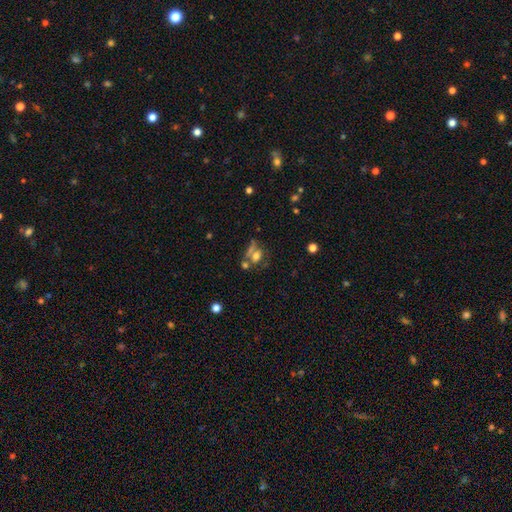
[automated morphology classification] smooth 55%, featured or disk 28%, star or artifact 18%. Down the decision tree: how rounded — in between (53%); merging — none (39%).